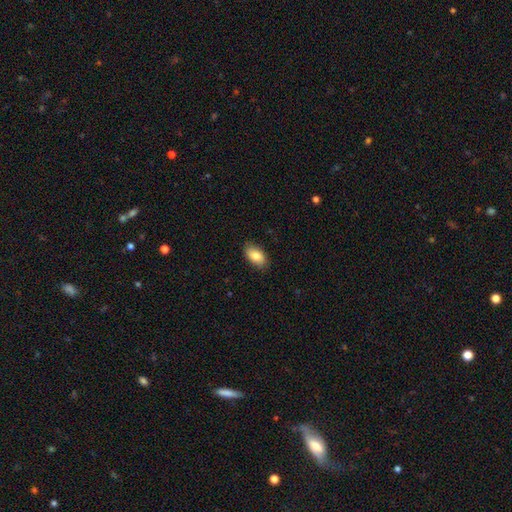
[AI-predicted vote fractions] smooth 84%, featured or disk 9%, star or artifact 7%. Down the decision tree: how rounded — in between (93%); merging — none (86%).